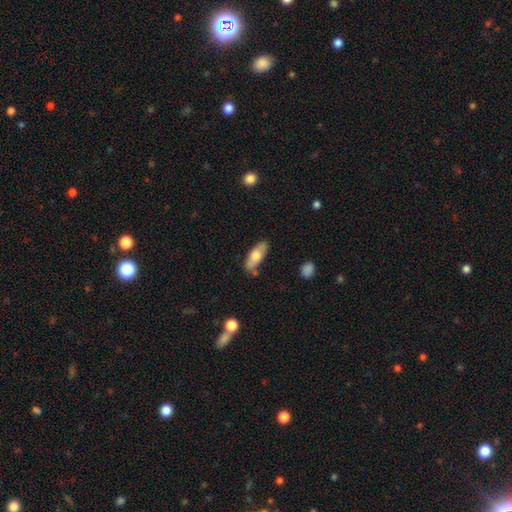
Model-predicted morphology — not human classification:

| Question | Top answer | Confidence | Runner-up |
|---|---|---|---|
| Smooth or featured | smooth | 66% | featured or disk (28%) |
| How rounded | in between | 71% | cigar-shaped (26%) |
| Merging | none | 78% | minor disturbance (15%) |